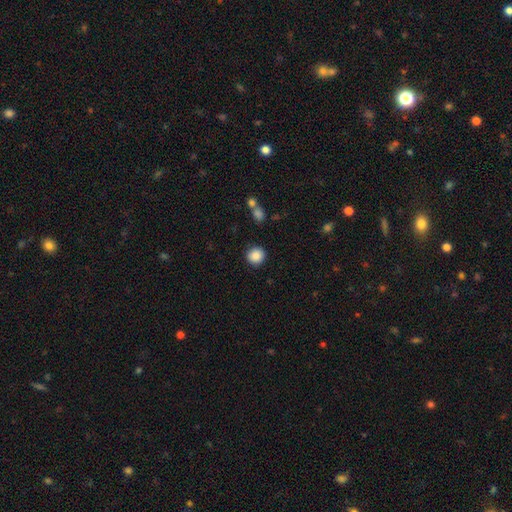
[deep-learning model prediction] Overall: smooth (88%). How rounded: round (91%). Merging: none (89%).